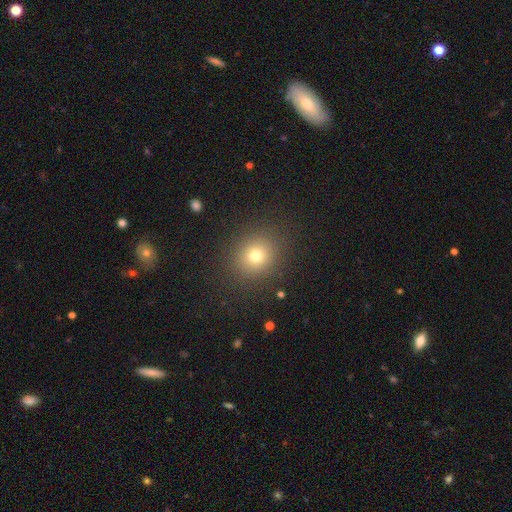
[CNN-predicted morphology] Smooth or featured? smooth (73%)
How rounded? round (83%)
Merging? none (88%)